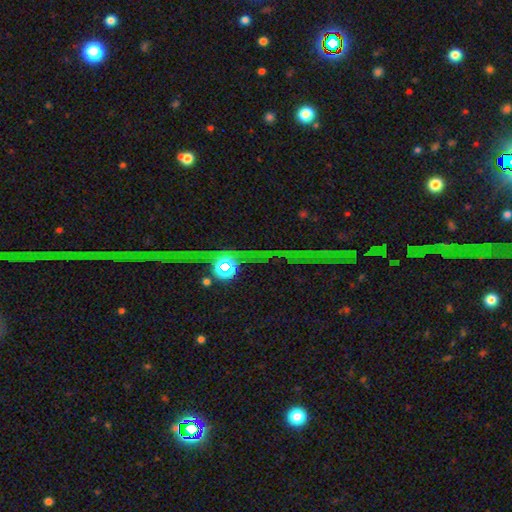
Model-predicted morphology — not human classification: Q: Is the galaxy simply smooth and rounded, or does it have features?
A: star or artifact — 71%.